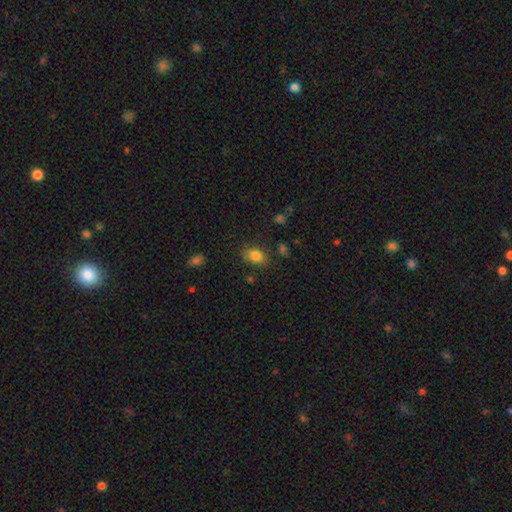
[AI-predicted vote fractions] The model was most divided on "how rounded": in between: 79%, round: 19%, cigar-shaped: 2%. More confident: smooth or featured — smooth (82%); merging — none (77%).